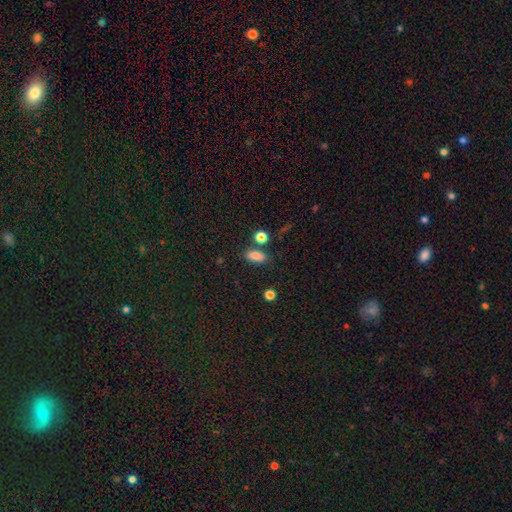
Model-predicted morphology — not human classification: smooth_or_featured: smooth (p=0.84) [alt: star or artifact p=0.11]
how_rounded: in between (p=0.81) [alt: cigar-shaped p=0.10]
merging: none (p=0.73) [alt: minor disturbance p=0.14]